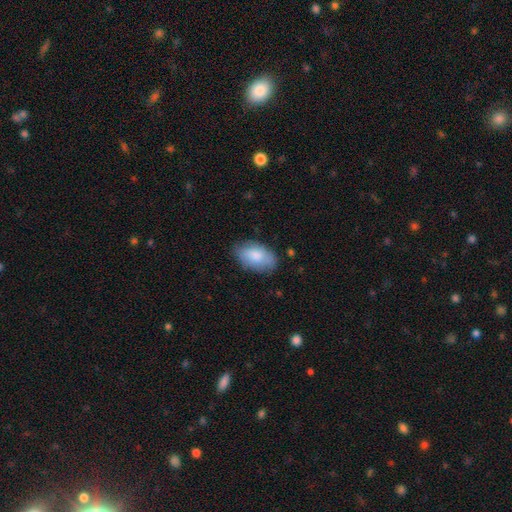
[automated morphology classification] Smooth or featured?
  - smooth: 81% *
  - featured or disk: 13%
  - star or artifact: 6%
How rounded?
  - in between: 93% *
  - round: 5%
  - cigar-shaped: 1%
Merging?
  - none: 75% *
  - minor disturbance: 20%
  - major disturbance: 4%
  - merger: 1%